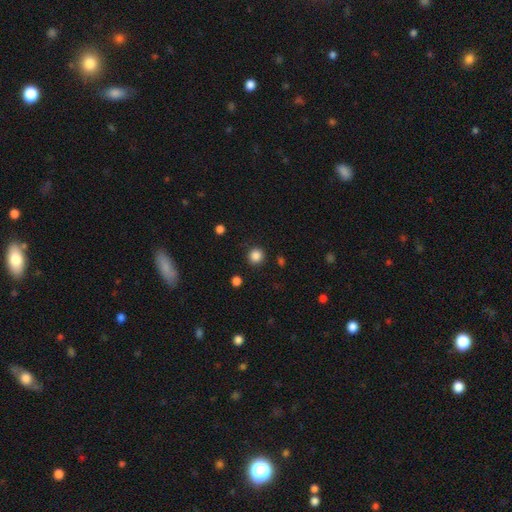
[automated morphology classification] Smooth or featured? Predicted: smooth (p=0.86). How rounded? Predicted: round (p=0.93). Merging? Predicted: none (p=0.90).